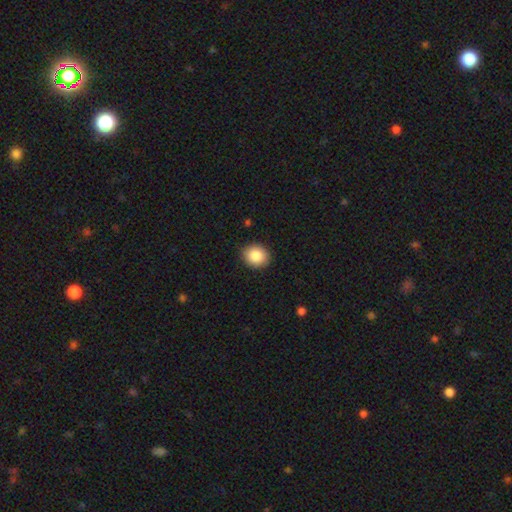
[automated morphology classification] The model was most divided on "how rounded": round: 74%, in between: 25%, cigar-shaped: 1%. More confident: merging — none (89%); smooth or featured — smooth (85%).